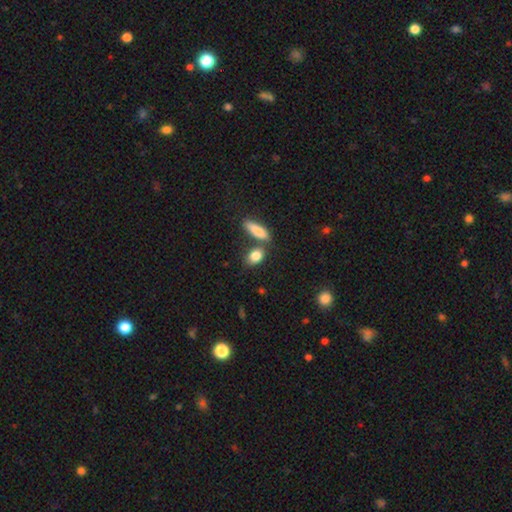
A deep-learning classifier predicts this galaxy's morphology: This is clearly a smooth galaxy (84%). How rounded: likely in between (72%). Merging: likely none (60%).